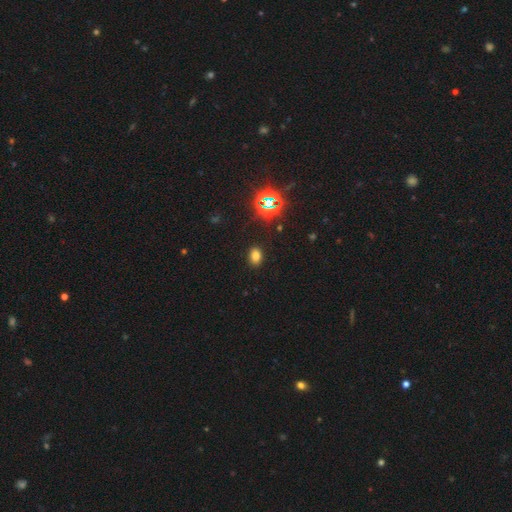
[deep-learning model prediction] smooth_or_featured: smooth (p=0.71) [alt: star or artifact p=0.22]
how_rounded: in between (p=0.73) [alt: round p=0.25]
merging: none (p=0.88) [alt: minor disturbance p=0.08]